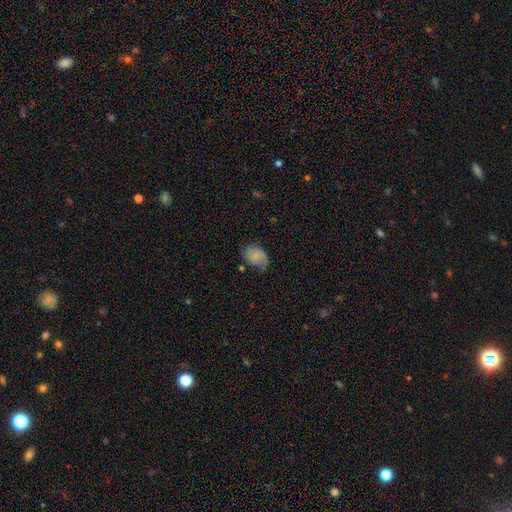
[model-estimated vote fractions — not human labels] A smooth galaxy with no disk features (49%). Merging: none (58%).